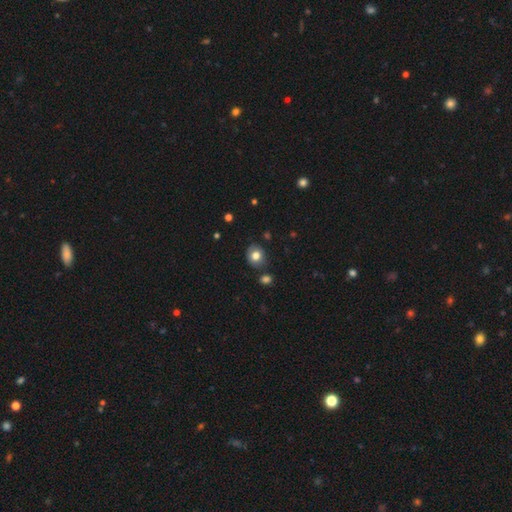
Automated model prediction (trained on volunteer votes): Q: Smooth or featured?
A: smooth (80%); runner-up: featured or disk (10%)
Q: How rounded?
A: round (73%); runner-up: in between (26%)
Q: Merging?
A: none (81%); runner-up: minor disturbance (12%)